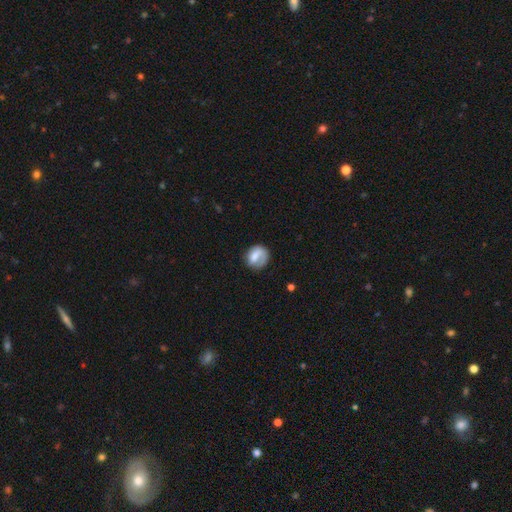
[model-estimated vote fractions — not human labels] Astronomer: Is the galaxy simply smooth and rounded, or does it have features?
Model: smooth — 56% (runner-up: featured or disk, 37%).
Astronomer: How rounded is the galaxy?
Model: round — 70%.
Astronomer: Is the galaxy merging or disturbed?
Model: none — 60%.